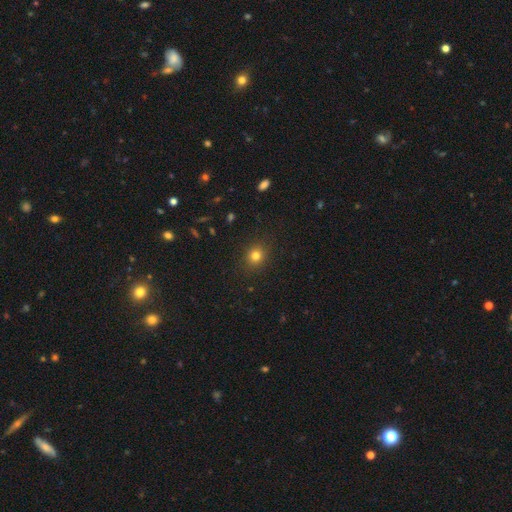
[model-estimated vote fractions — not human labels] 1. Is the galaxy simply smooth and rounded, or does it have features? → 80% smooth, 14% star or artifact, 6% featured or disk.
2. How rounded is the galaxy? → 79% round, 20% in between, 1% cigar-shaped.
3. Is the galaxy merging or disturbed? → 89% none, 8% minor disturbance, 3% major disturbance, 1% merger.